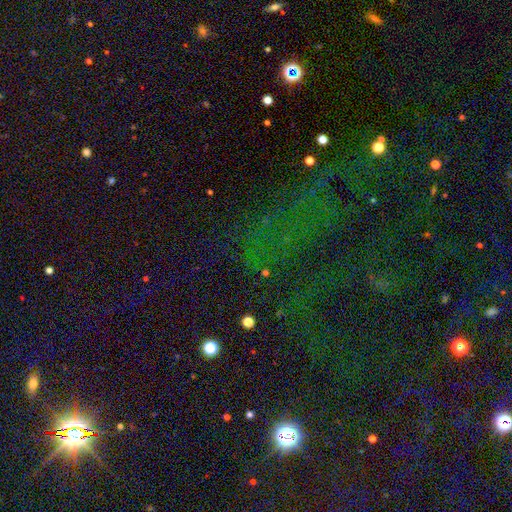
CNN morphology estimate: type=star or artifact (75%).